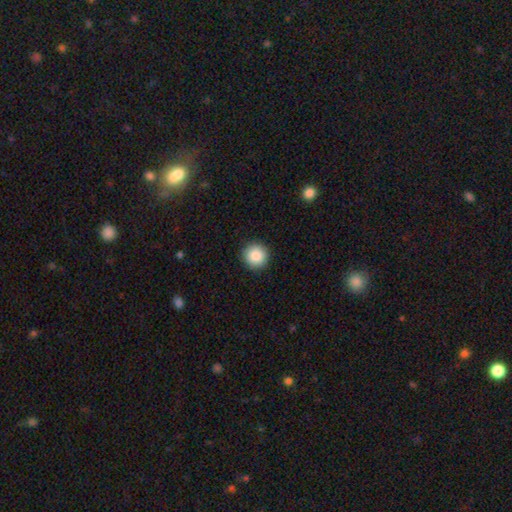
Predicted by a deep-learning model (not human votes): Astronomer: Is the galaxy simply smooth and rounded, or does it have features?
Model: smooth — 87%.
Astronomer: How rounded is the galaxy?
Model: round — 94%.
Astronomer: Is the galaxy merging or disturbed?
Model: none — 92%.